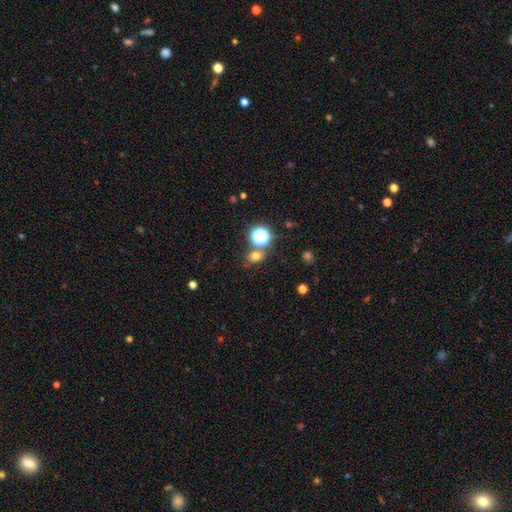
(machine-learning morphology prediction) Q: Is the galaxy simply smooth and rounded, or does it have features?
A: smooth — 66%.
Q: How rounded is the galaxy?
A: round — 60%.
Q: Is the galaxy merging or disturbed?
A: none — 70%.